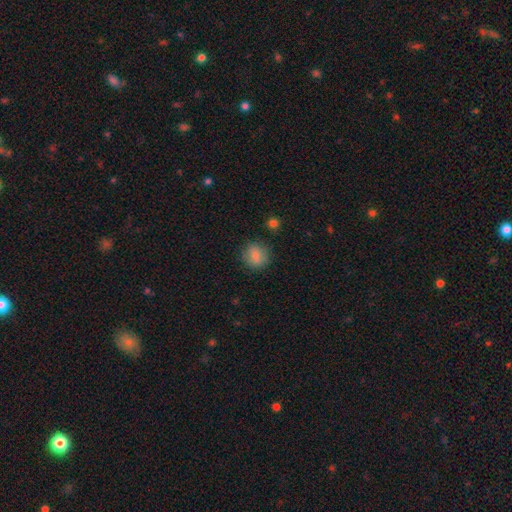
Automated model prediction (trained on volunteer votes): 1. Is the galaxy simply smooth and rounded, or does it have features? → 83% smooth, 9% star or artifact, 8% featured or disk.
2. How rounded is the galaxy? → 82% round, 17% in between, 1% cigar-shaped.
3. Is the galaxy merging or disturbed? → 83% none, 11% minor disturbance, 3% major disturbance, 2% merger.